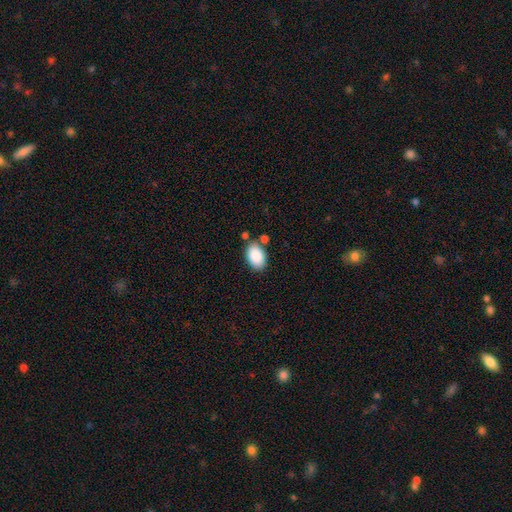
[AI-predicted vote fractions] This is clearly a smooth galaxy (89%). How rounded: clearly in between (91%). Merging: likely none (74%).